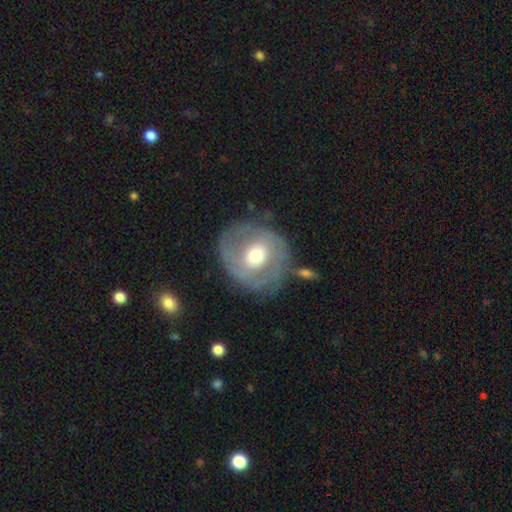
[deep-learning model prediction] smooth-or-featured: featured or disk: 61% | smooth: 33% | star or artifact: 6%
  disk-edge-on: no: 96% | yes: 4%
    bar: no: 70% | weak: 23% | strong: 7%
    has-spiral-arms: yes: 57% | no: 43%
    bulge-size: moderate: 68% | large: 19% | small: 10% | dominant: 2% | none: 1%
  merging: none: 68% | minor disturbance: 18% | major disturbance: 10% | merger: 4%